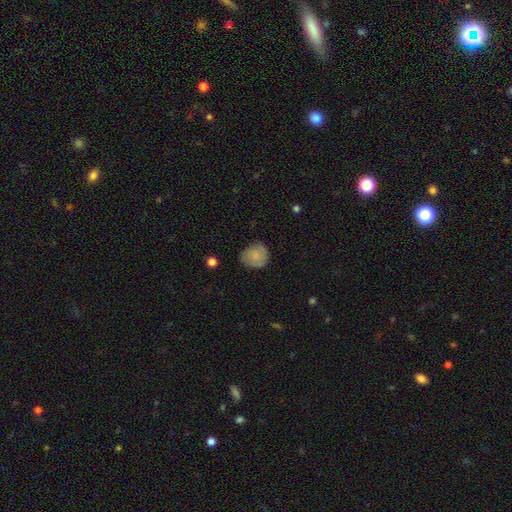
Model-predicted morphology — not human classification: Smooth or featured? Predicted: smooth (p=0.77). How rounded? Predicted: round (p=0.74). Merging? Predicted: none (p=0.71).